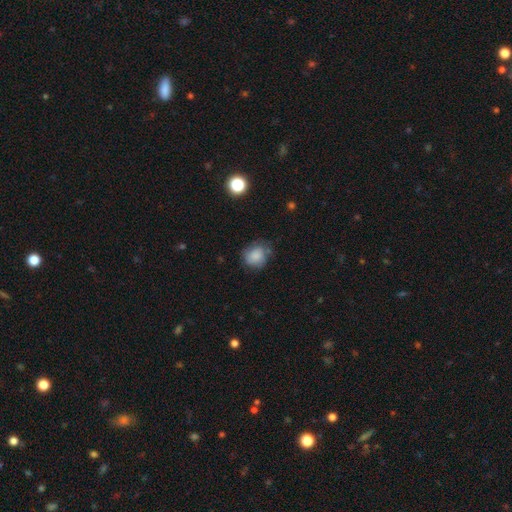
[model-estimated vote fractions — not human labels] This appears to be a smooth galaxy with no disk features (77%) that is round (73%). Merging: none (60%).